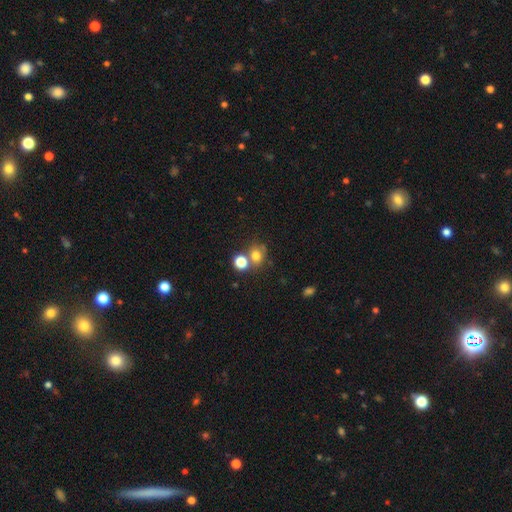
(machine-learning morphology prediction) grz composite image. It shows a smooth galaxy with no disk features (75%) that is round (73%). Merging: none (54%).